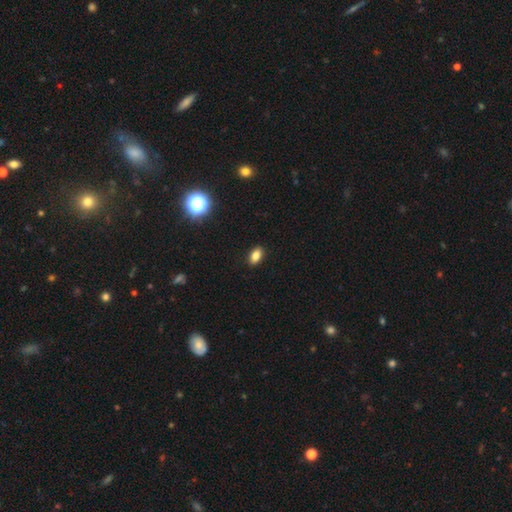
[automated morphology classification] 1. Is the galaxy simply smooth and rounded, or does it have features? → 83% smooth, 12% star or artifact, 6% featured or disk.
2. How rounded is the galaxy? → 88% in between, 9% round, 3% cigar-shaped.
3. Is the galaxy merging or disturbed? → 90% none, 7% minor disturbance, 2% major disturbance, 1% merger.